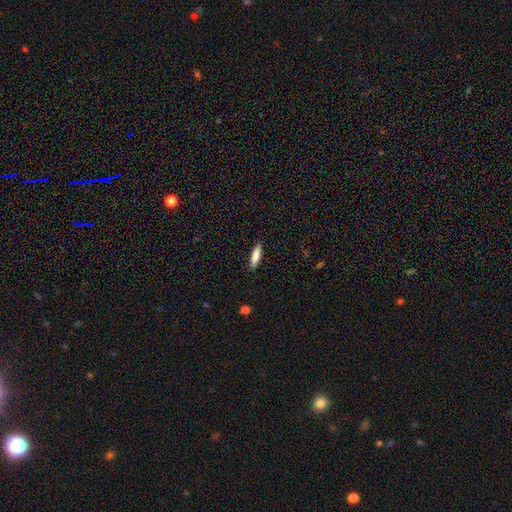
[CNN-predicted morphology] smooth-or-featured: smooth: 85% | featured or disk: 9% | star or artifact: 6%
  how-rounded: cigar-shaped: 68% | in between: 30% | round: 1%
  merging: none: 89% | minor disturbance: 8% | major disturbance: 2% | merger: 1%